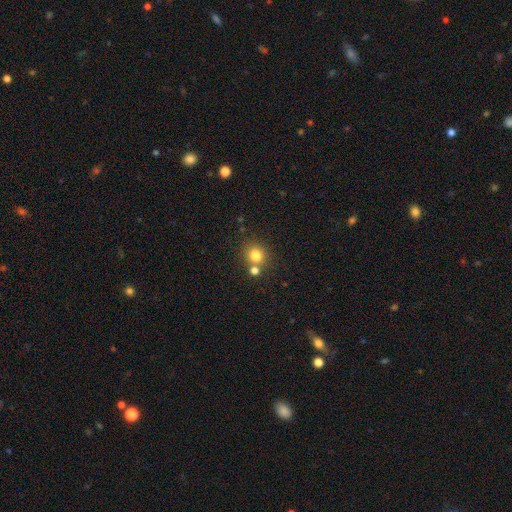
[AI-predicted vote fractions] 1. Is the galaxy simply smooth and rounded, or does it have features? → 79% smooth, 13% star or artifact, 8% featured or disk.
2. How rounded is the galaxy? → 84% round, 15% in between, 1% cigar-shaped.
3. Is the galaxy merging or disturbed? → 65% none, 23% merger, 9% minor disturbance, 3% major disturbance.